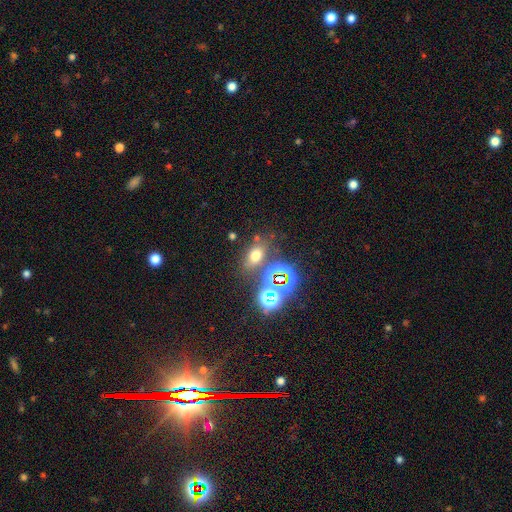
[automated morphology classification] This is possibly a smooth galaxy (58%). How rounded: likely in between (67%). Merging: likely none (70%).